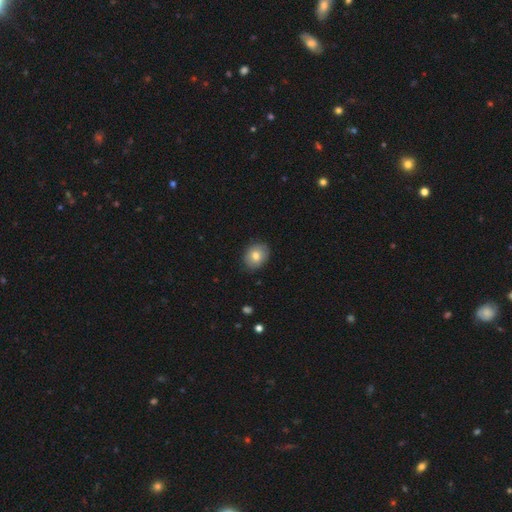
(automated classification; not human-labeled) This is likely a smooth galaxy (77%). How rounded: possibly in between (50%). Merging: clearly none (85%).